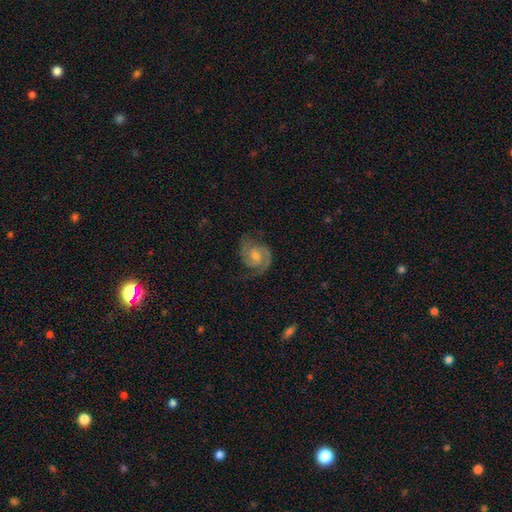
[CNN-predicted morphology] Overall: featured or disk (88%). Edge-on disk: no (98%). Bar: no (54%; weak 39%). Spiral arms: yes (98%). Spiral arm count: 2 (88%). Spiral winding: tight (46%; medium 45%). Bulge size: moderate (52%; small 40%). Merging: none (77%).